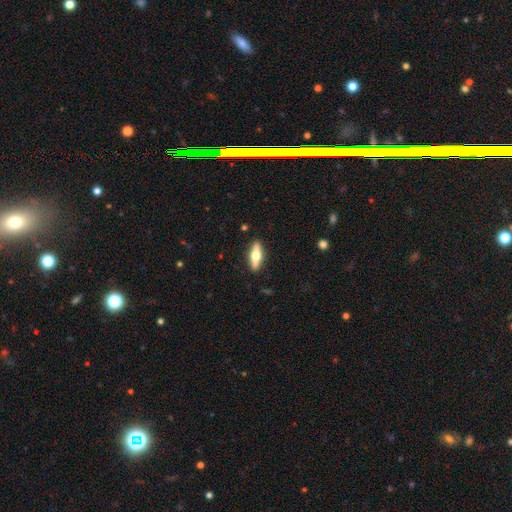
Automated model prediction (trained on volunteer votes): smooth_or_featured: featured or disk (p=0.50) [alt: smooth p=0.45]
merging: none (p=0.89) [alt: minor disturbance p=0.08]